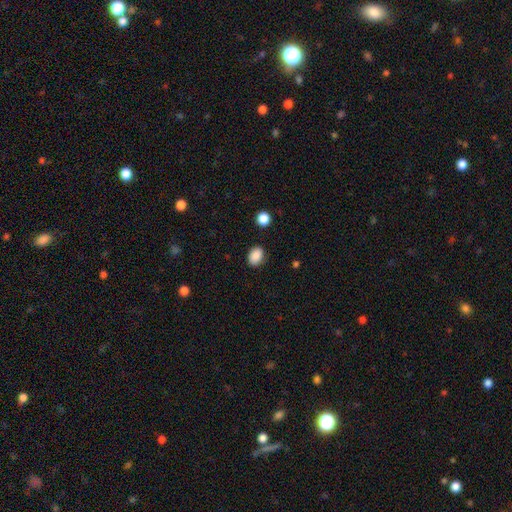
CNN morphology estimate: Smooth or featured? Predicted: smooth (p=0.88). How rounded? Predicted: in between (p=0.69). Merging? Predicted: none (p=0.83).